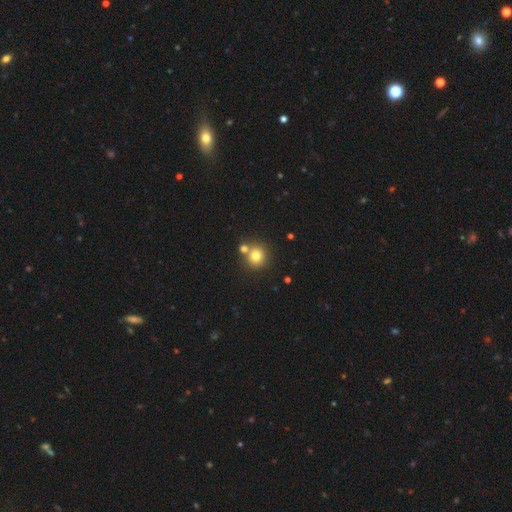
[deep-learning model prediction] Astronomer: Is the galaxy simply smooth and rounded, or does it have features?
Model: smooth — 77%.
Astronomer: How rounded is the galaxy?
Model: round — 88%.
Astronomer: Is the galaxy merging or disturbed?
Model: none — 66%.